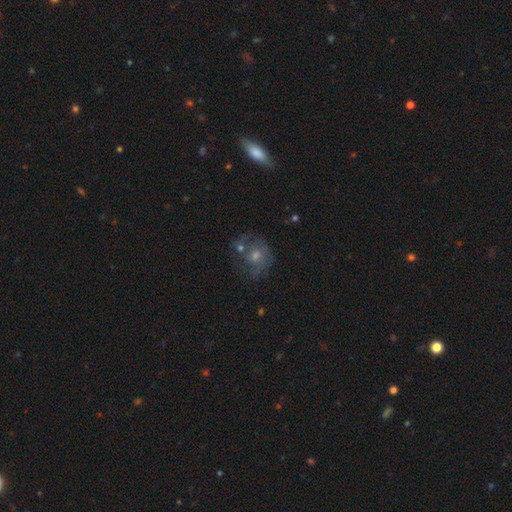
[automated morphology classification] featured or disk 55%, smooth 28%, star or artifact 17%. Down the decision tree: edge-on disk — no (96%); bar — no (79%); spiral arms — yes (65%); bulge size — moderate (56%); merging — none (56%).